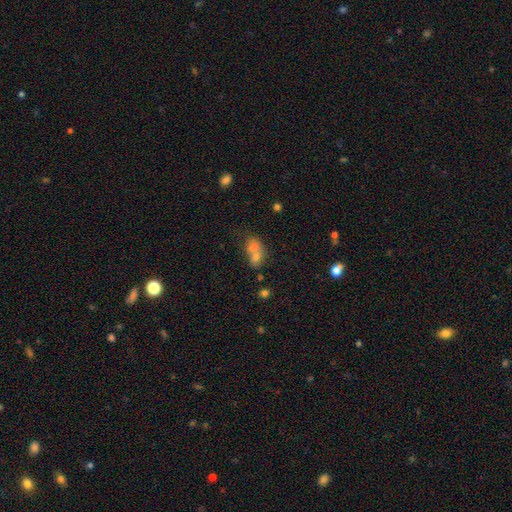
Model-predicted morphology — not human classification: This appears to be a smooth galaxy with no disk features (63%) that is in between round and cigar-shaped (55%). Merging: merger (61%).